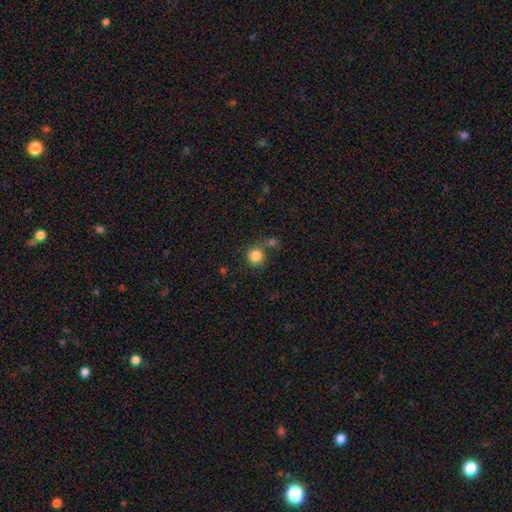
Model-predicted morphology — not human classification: smooth_or_featured: smooth (p=0.84) [alt: star or artifact p=0.10]
how_rounded: round (p=0.91) [alt: in between p=0.08]
merging: none (p=0.64) [alt: merger p=0.19]